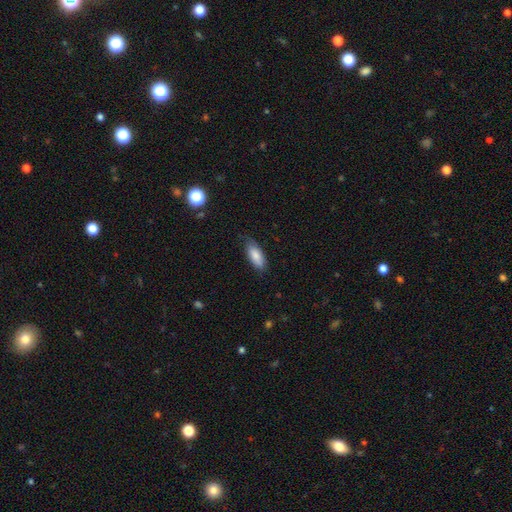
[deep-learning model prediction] Smooth or featured? Predicted: smooth (p=0.82). How rounded? Predicted: in between (p=0.79). Merging? Predicted: none (p=0.75).